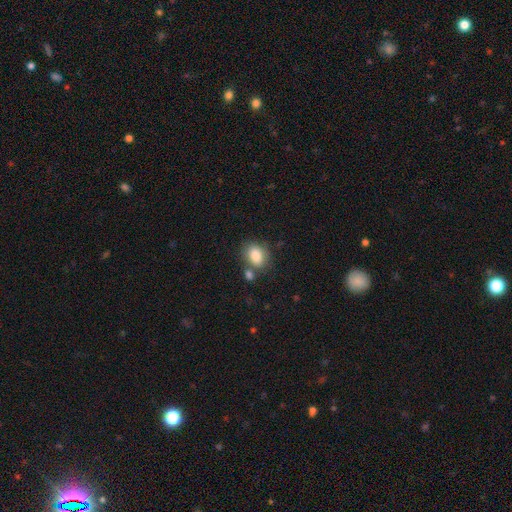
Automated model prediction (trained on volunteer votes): This is clearly a smooth galaxy (84%). How rounded: likely in between (72%). Merging: likely none (62%).